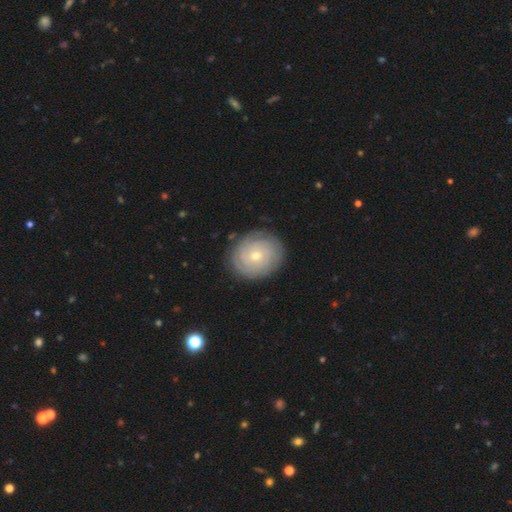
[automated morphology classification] smooth_or_featured: featured or disk (p=0.67) [alt: smooth p=0.26]
disk_edge_on: no (p=0.97) [alt: yes p=0.03]
bar: no (p=0.79) [alt: weak p=0.17]
has_spiral_arms: yes (p=0.86) [alt: no p=0.14]
spiral_winding: tight (p=0.84) [alt: medium p=0.12]
spiral_arm_count: can't tell (p=0.49) [alt: 2 p=0.18]
bulge_size: small (p=0.62) [alt: moderate p=0.35]
merging: none (p=0.85) [alt: minor disturbance p=0.11]